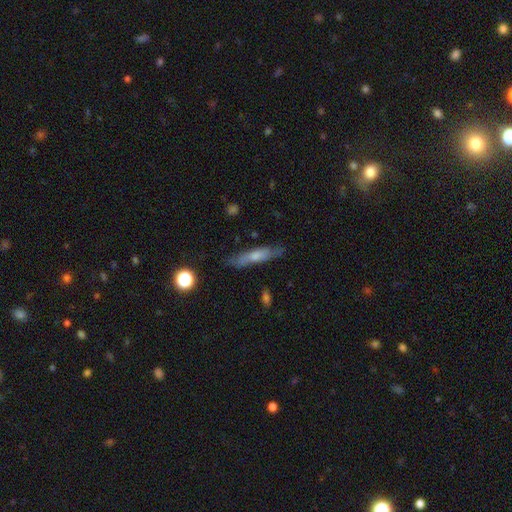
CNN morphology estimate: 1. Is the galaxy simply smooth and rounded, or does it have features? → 52% smooth, 39% featured or disk, 8% star or artifact.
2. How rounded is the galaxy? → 80% cigar-shaped, 18% in between, 2% round.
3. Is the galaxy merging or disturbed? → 77% none, 17% minor disturbance, 4% major disturbance, 2% merger.